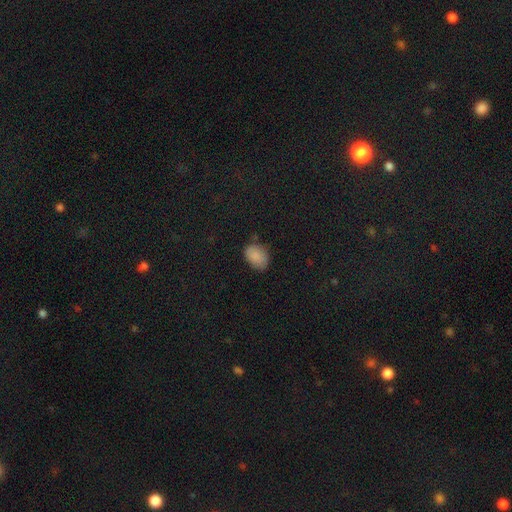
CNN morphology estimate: Overall: smooth (86%). How rounded: in between (75%). Merging: none (72%).